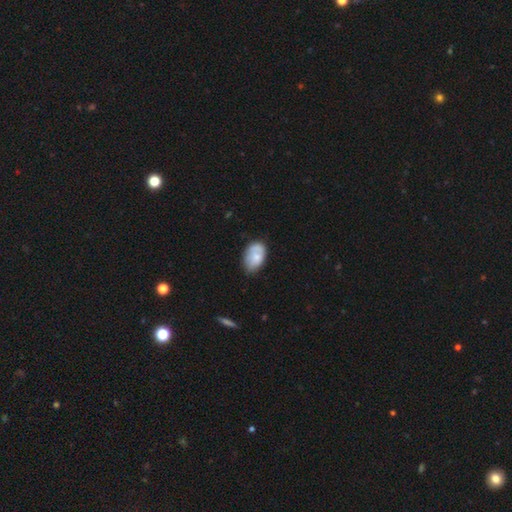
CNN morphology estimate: This appears to be a smooth galaxy with no disk features (69%) that is in between round and cigar-shaped (89%). Merging: none (57%).